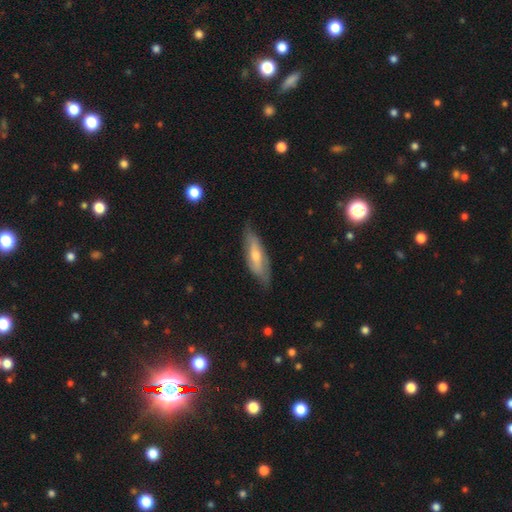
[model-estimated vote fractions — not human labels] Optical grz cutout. It shows a featured or disk galaxy (55%). Merging: none (73%).